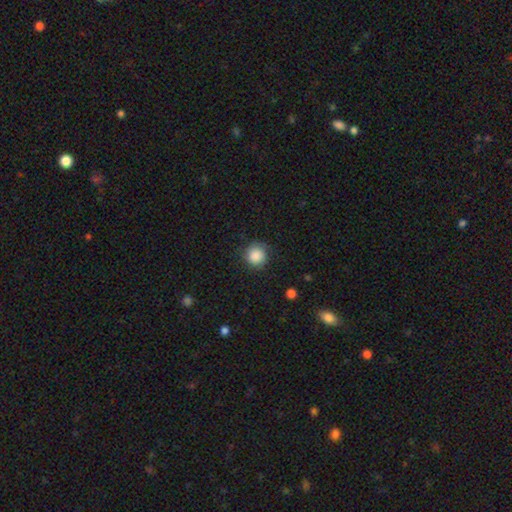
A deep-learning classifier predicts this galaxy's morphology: smooth 85%, star or artifact 8%, featured or disk 6%. Down the decision tree: how rounded — round (92%); merging — none (79%).